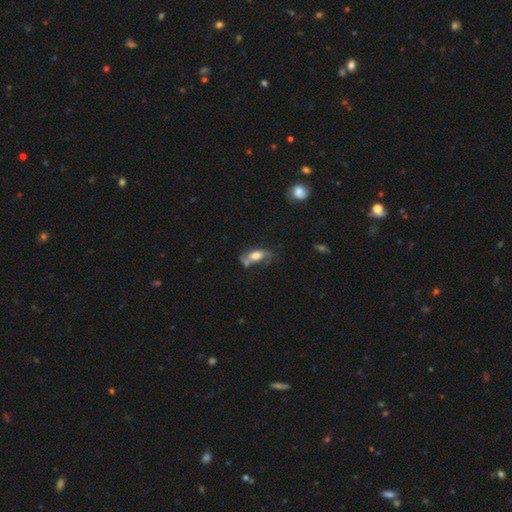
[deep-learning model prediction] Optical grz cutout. It shows a featured or disk galaxy (51%). Merging: none (39%).